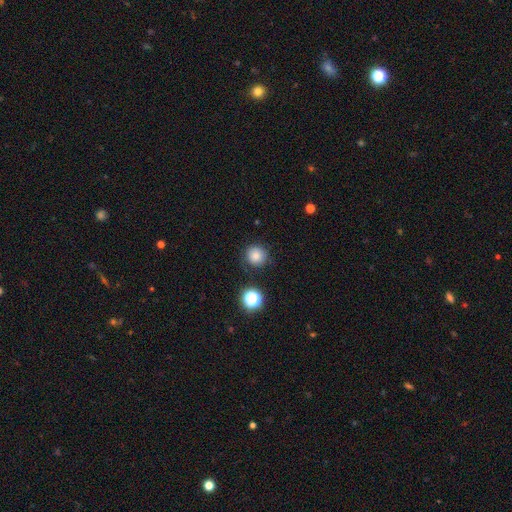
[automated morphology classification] Smooth or featured: smooth — 80% (star or artifact — 14%)
How rounded: round — 93% (in between — 6%)
Merging: none — 83% (minor disturbance — 11%)